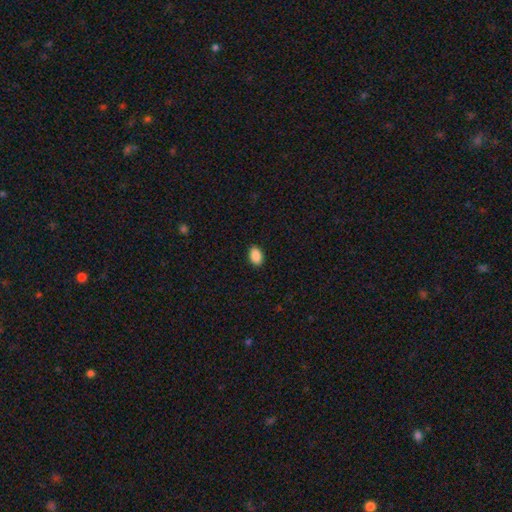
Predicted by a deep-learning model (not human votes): This is clearly a smooth galaxy (90%). How rounded: clearly in between (89%). Merging: clearly none (90%).